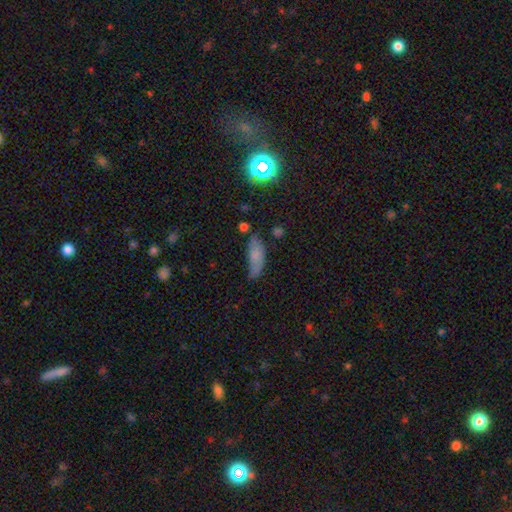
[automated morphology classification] smooth_or_featured: smooth (p=0.69) [alt: featured or disk p=0.18]
how_rounded: in between (p=0.68) [alt: cigar-shaped p=0.28]
merging: none (p=0.52) [alt: minor disturbance p=0.33]